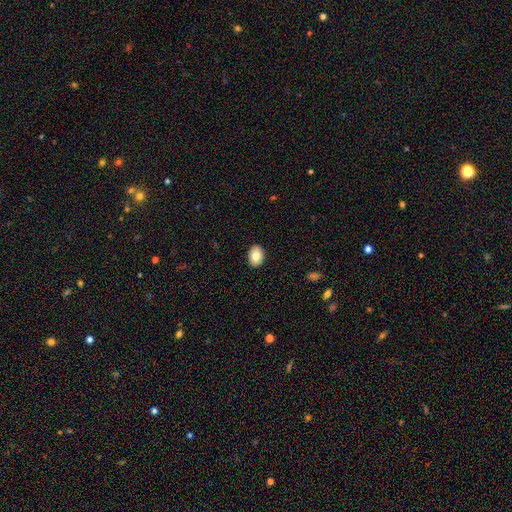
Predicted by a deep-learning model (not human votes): Overall: smooth (81%). How rounded: in between (80%). Merging: none (90%).